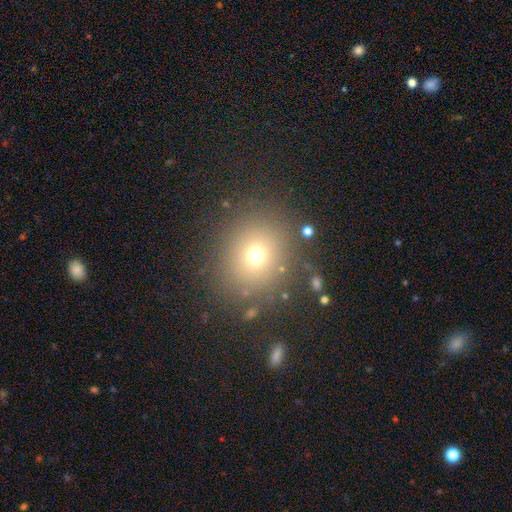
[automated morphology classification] This is likely a smooth galaxy (69%). How rounded: clearly round (82%). Merging: clearly none (84%).